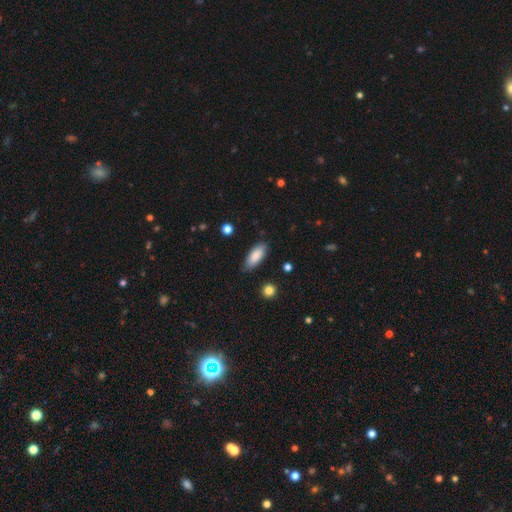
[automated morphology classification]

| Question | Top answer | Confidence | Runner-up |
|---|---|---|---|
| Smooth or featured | smooth | 87% | featured or disk (7%) |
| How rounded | in between | 80% | cigar-shaped (18%) |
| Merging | none | 85% | minor disturbance (11%) |